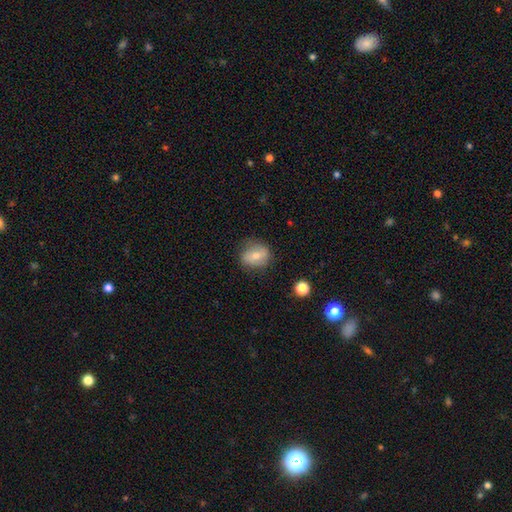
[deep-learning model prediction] A smooth galaxy with no disk features (63%) that is round (56%).

Vote fractions:
- Smooth or featured? smooth: 63% / featured or disk: 29% / star or artifact: 8%
- How rounded? round: 56% / in between: 43% / cigar-shaped: 1%
- Merging? none: 72% / minor disturbance: 20% / major disturbance: 6% / merger: 1%